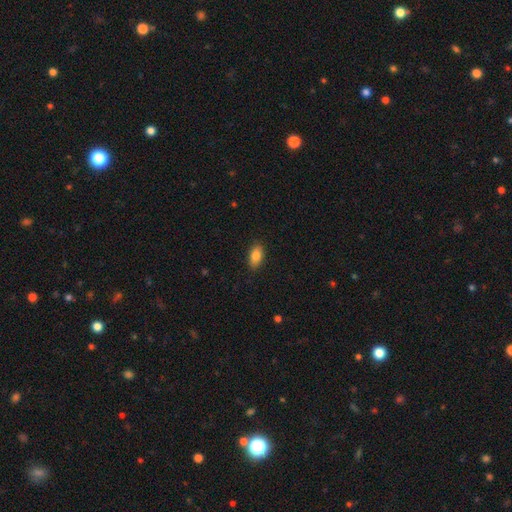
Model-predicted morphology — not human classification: A smooth galaxy with no disk features (84%) that is in between round and cigar-shaped (91%). Merging: none (87%).